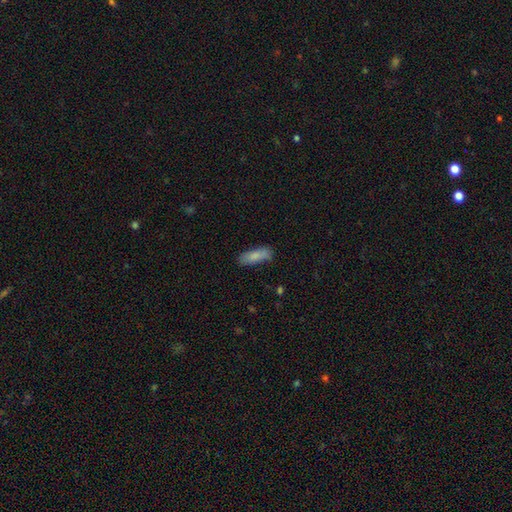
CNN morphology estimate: smooth 83%, featured or disk 10%, star or artifact 7%. Down the decision tree: how rounded — in between (56%); merging — none (74%).